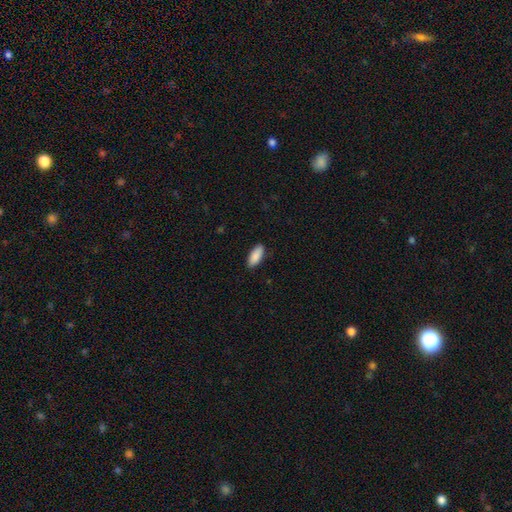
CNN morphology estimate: smooth-or-featured: smooth: 90% | star or artifact: 6% | featured or disk: 4%
  how-rounded: in between: 84% | cigar-shaped: 15% | round: 2%
  merging: none: 88% | minor disturbance: 9% | major disturbance: 2% | merger: 1%